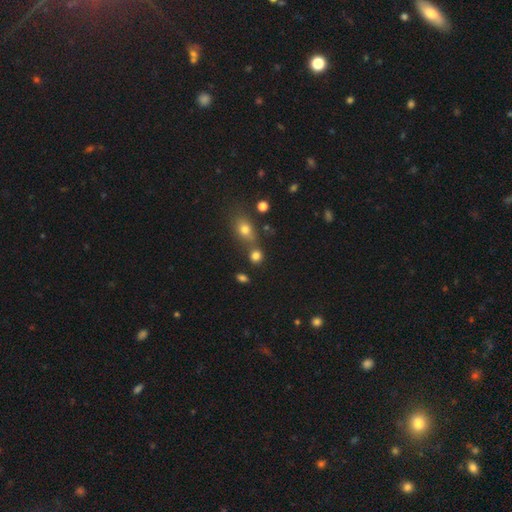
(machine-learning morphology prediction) Overall: smooth (77%). How rounded: round (71%). Merging: none (61%; merger 24%).